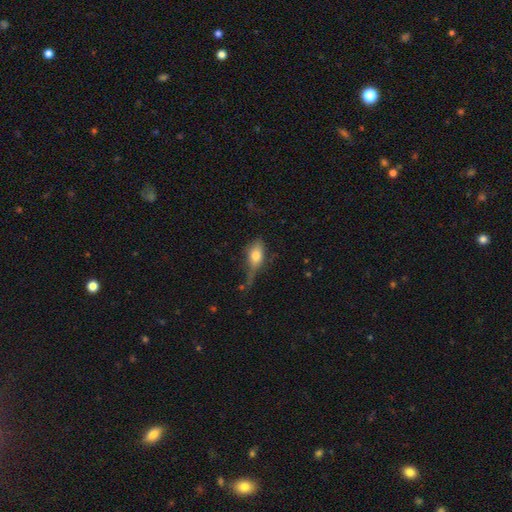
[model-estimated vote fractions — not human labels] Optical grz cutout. It shows a smooth galaxy with no disk features (69%) that is in between round and cigar-shaped (79%). Merging: none (36%).